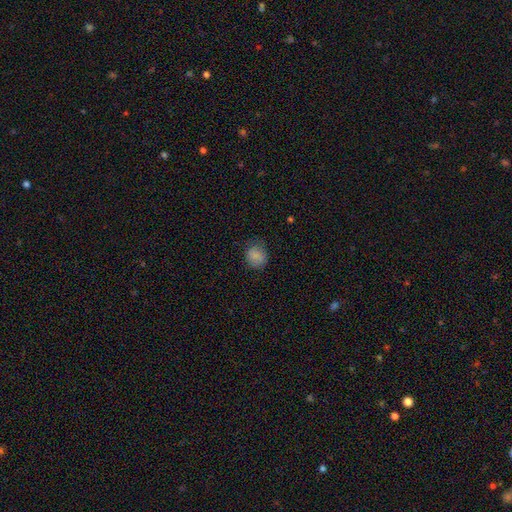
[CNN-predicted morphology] This appears to be a smooth galaxy with no disk features (84%) that is round (75%). Merging: none (71%).